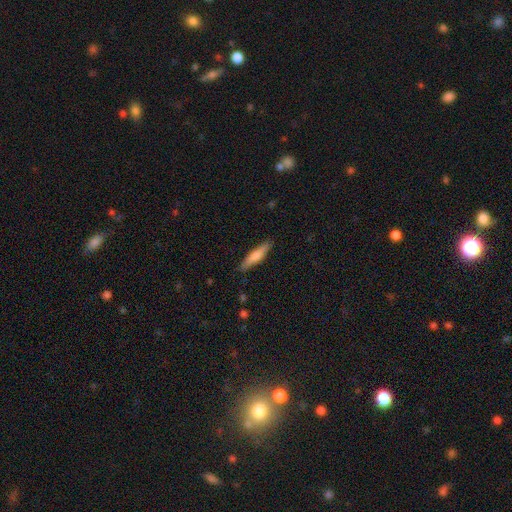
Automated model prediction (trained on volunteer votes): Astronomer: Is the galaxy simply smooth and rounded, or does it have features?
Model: smooth — 68%.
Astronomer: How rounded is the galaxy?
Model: cigar-shaped — 84%.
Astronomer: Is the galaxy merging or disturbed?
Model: none — 86%.